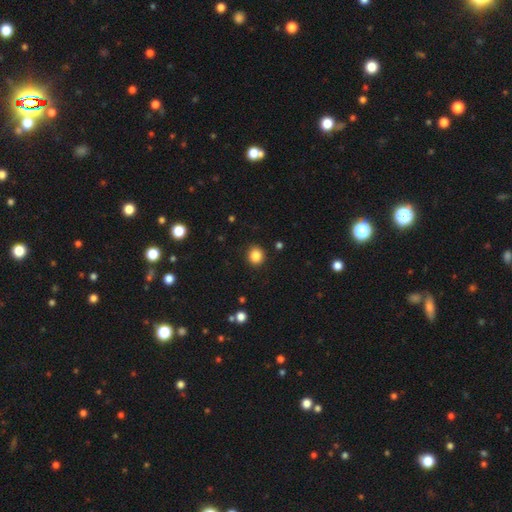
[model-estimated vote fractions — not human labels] smooth-or-featured: smooth: 85% | star or artifact: 11% | featured or disk: 4%
  how-rounded: round: 85% | in between: 15% | cigar-shaped: 1%
  merging: none: 91% | minor disturbance: 6% | major disturbance: 2% | merger: 1%